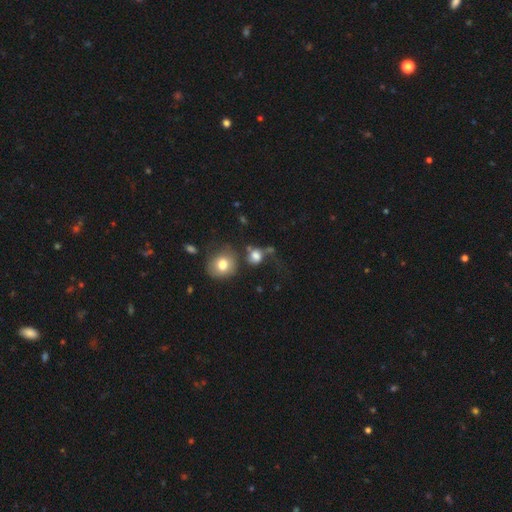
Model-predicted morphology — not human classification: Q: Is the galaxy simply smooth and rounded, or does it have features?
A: smooth — 72%.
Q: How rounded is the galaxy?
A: round — 67%.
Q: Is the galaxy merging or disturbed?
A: none — 34%.